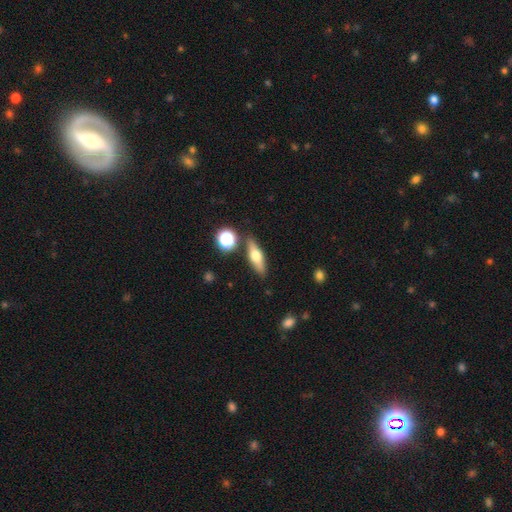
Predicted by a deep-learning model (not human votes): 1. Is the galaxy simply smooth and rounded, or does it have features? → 51% smooth, 40% featured or disk, 9% star or artifact.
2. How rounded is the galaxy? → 49% cigar-shaped, 44% in between, 6% round.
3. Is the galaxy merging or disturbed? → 83% none, 10% minor disturbance, 5% merger, 3% major disturbance.